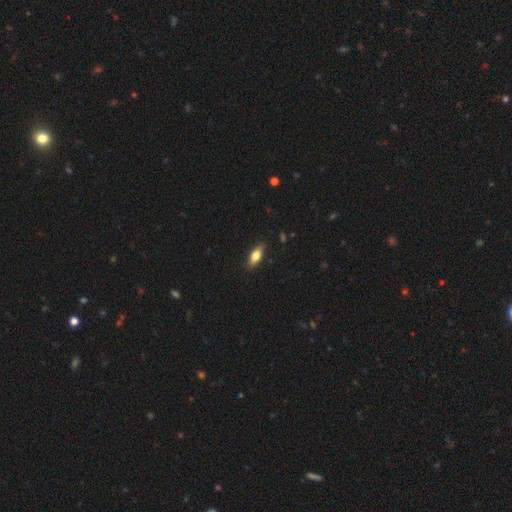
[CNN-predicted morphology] This is likely a smooth galaxy (65%). How rounded: likely in between (72%). Merging: clearly none (86%).